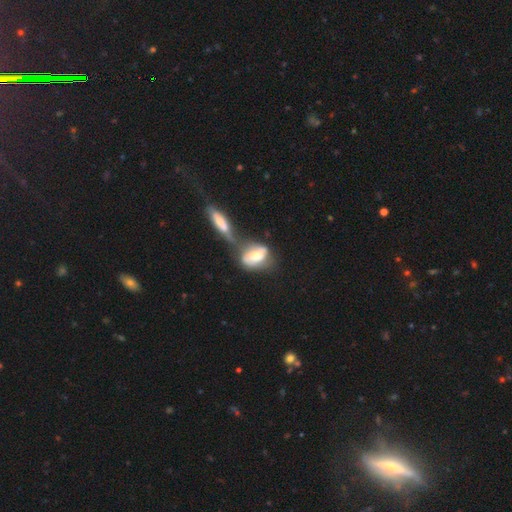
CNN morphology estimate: Smooth or featured? smooth (50%)
Merging? merger (58%)